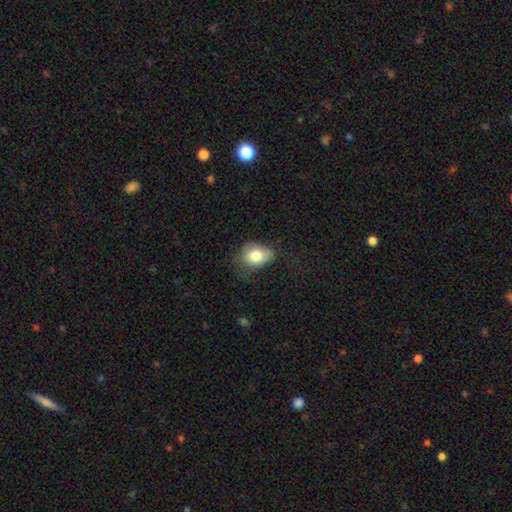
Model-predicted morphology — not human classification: Smooth or featured?
  - smooth: 78% *
  - featured or disk: 12%
  - star or artifact: 9%
How rounded?
  - in between: 73% *
  - round: 26%
  - cigar-shaped: 1%
Merging?
  - none: 48% *
  - minor disturbance: 35%
  - major disturbance: 15%
  - merger: 2%